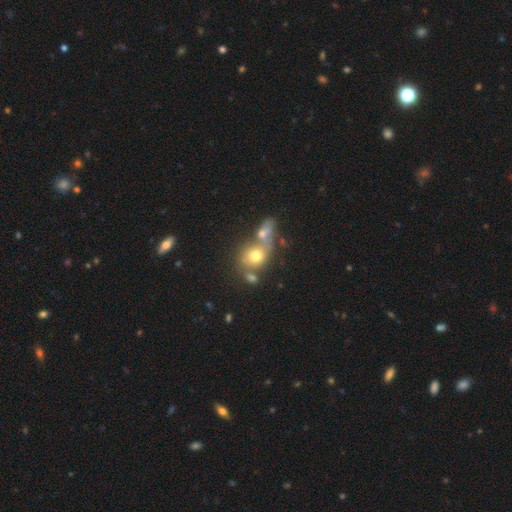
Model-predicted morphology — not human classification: The model was most divided on "merging": merger: 51%, none: 33%, minor disturbance: 10%, major disturbance: 6%. More confident: smooth or featured — smooth (68%); how rounded — round (62%).